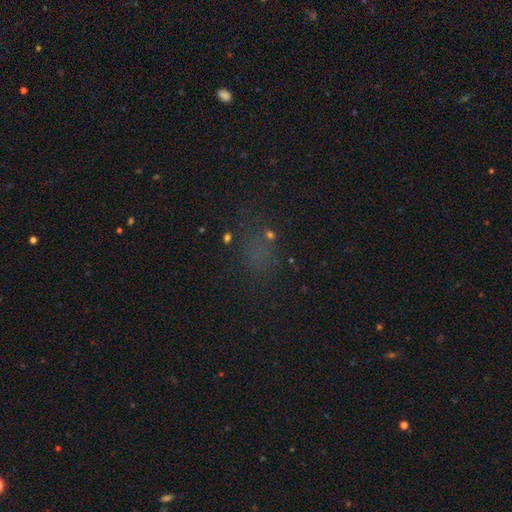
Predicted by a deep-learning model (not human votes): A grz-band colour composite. It shows a star or artifact, not a galaxy (45%).